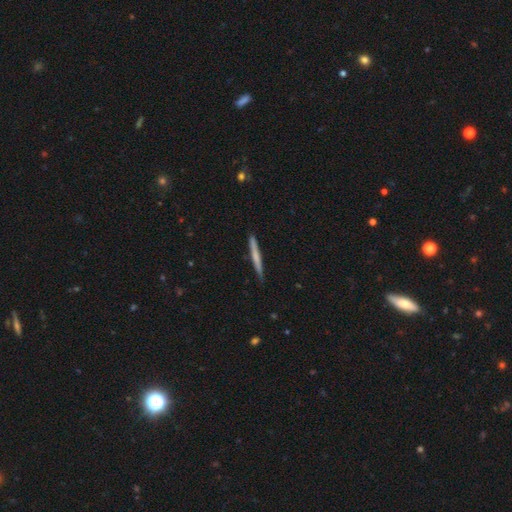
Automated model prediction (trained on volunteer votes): This is possibly a smooth galaxy (56%). How rounded: clearly cigar-shaped (96%). Merging: clearly none (88%).